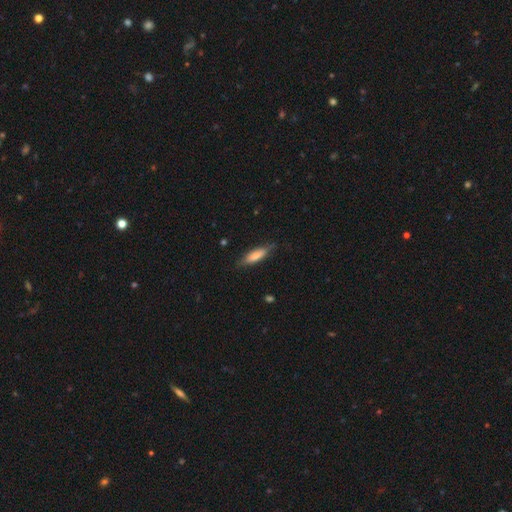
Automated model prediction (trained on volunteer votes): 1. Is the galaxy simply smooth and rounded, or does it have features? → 68% smooth, 25% featured or disk, 6% star or artifact.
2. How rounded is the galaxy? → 62% cigar-shaped, 36% in between, 2% round.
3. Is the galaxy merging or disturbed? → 75% none, 19% minor disturbance, 4% major disturbance, 1% merger.